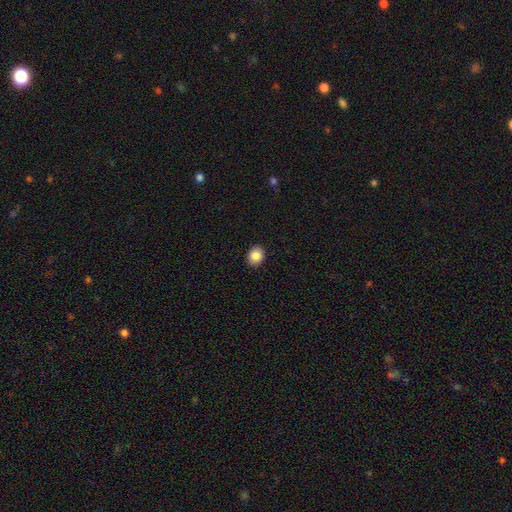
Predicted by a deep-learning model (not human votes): Overall: smooth (87%). How rounded: round (53%; in between 47%). Merging: none (91%).